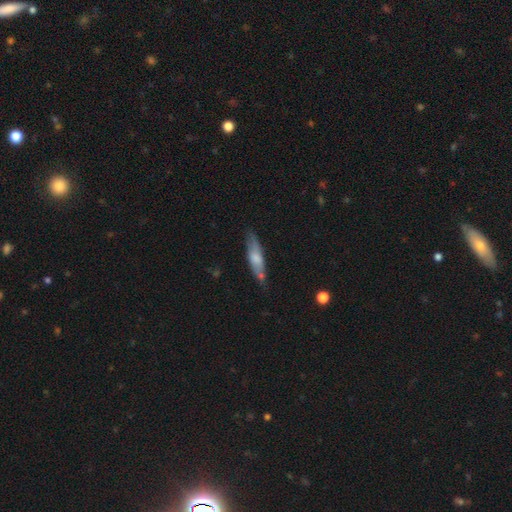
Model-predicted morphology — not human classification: smooth 50%, featured or disk 43%, star or artifact 7%. Down the decision tree: how rounded — cigar-shaped (72%); merging — none (71%).